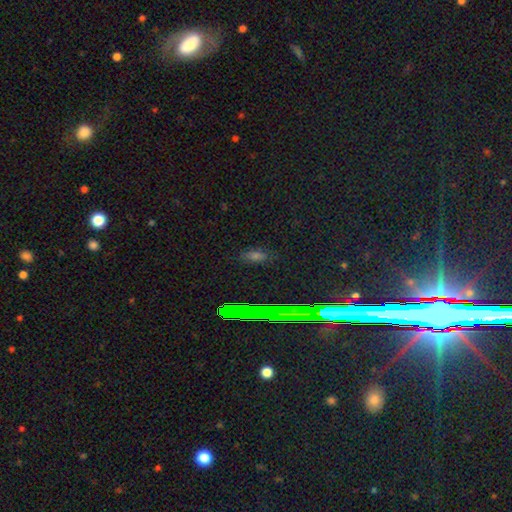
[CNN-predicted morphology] A smooth galaxy with no disk features (50%) that is in between round and cigar-shaped (69%).

Vote fractions:
- Smooth or featured? smooth: 50% / star or artifact: 36% / featured or disk: 13%
- How rounded? in between: 69% / cigar-shaped: 17% / round: 13%
- Merging? none: 82% / minor disturbance: 12% / major disturbance: 3% / merger: 2%